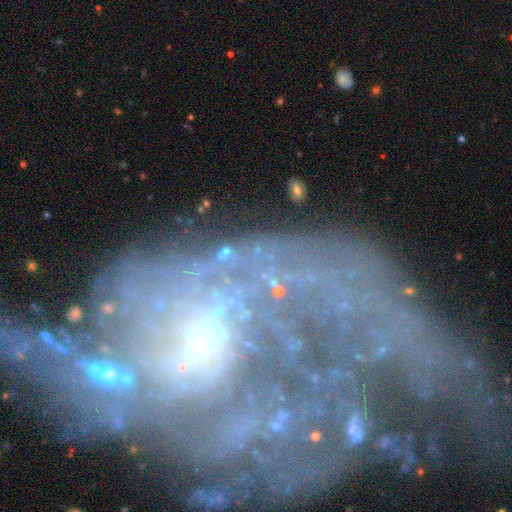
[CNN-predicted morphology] Smooth or featured? featured or disk (74%)
Edge-on disk? no (95%)
Bar? no (47%)
Spiral arms? yes (65%)
Bulge size? small (33%)
Merging? major disturbance (40%)